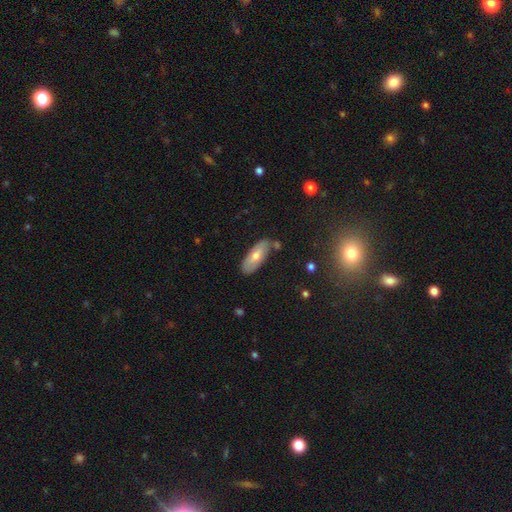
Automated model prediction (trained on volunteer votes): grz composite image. It shows a smooth galaxy with no disk features (60%) that is in between round and cigar-shaped (76%). Merging: none (75%).